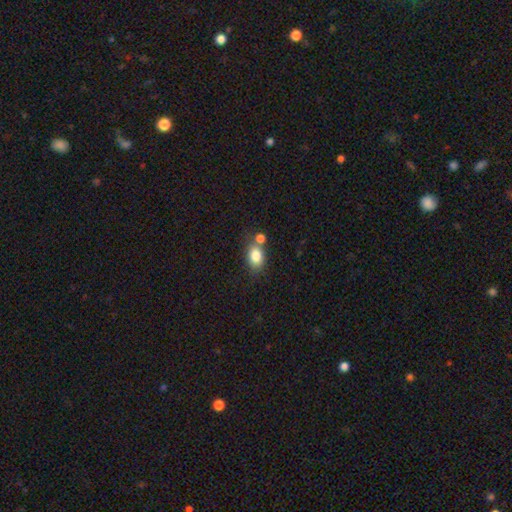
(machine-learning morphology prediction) This appears to be a smooth galaxy with no disk features (82%) that is in between round and cigar-shaped (71%). Merging: none (54%).